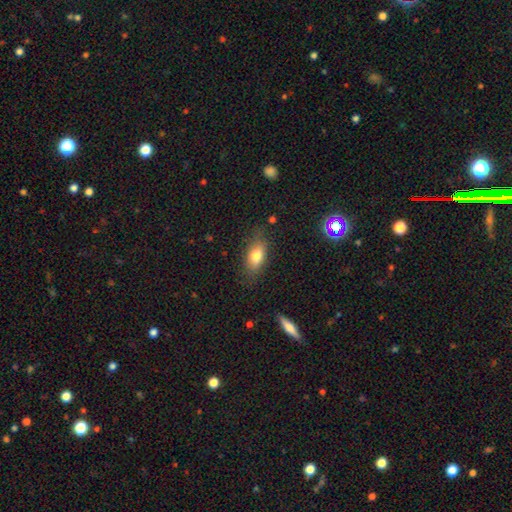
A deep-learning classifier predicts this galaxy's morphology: This appears to be a smooth galaxy with no disk features (75%) that is in between round and cigar-shaped (82%). Merging: none (76%).